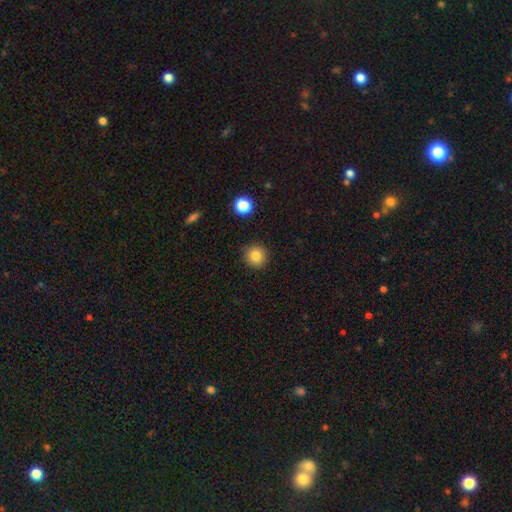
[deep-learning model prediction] Smooth or featured: smooth — 83% (star or artifact — 11%)
How rounded: round — 94% (in between — 5%)
Merging: none — 90% (minor disturbance — 7%)